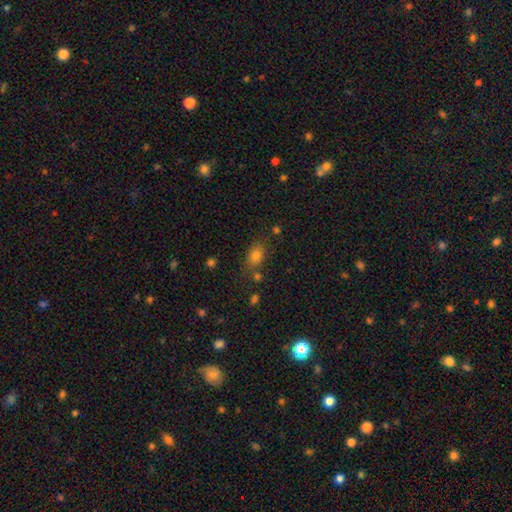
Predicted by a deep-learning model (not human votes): Smooth or featured?
  - smooth: 75% *
  - star or artifact: 16%
  - featured or disk: 8%
How rounded?
  - in between: 74% *
  - round: 23%
  - cigar-shaped: 3%
Merging?
  - none: 72% *
  - minor disturbance: 14%
  - merger: 9%
  - major disturbance: 5%